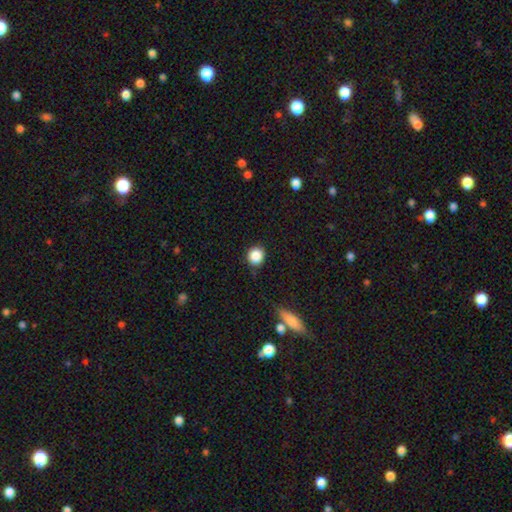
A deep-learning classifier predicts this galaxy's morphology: Smooth or featured: smooth — 87% (star or artifact — 10%)
How rounded: round — 89% (in between — 10%)
Merging: none — 87% (minor disturbance — 9%)